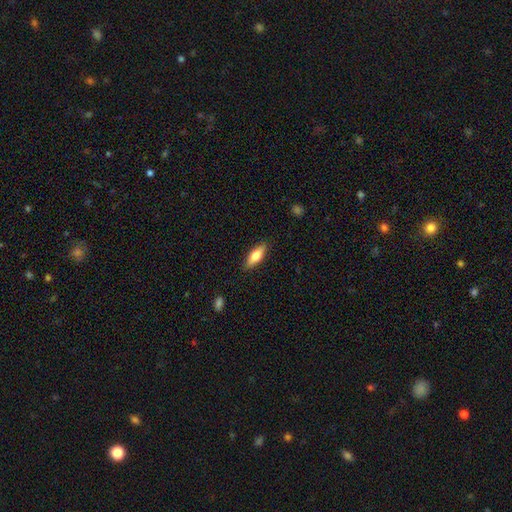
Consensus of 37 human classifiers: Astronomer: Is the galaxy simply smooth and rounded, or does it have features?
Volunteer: smooth — 62%.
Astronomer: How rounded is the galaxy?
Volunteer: in between — 61% (runner-up: cigar-shaped, 39%).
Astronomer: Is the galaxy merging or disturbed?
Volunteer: none — 92%.